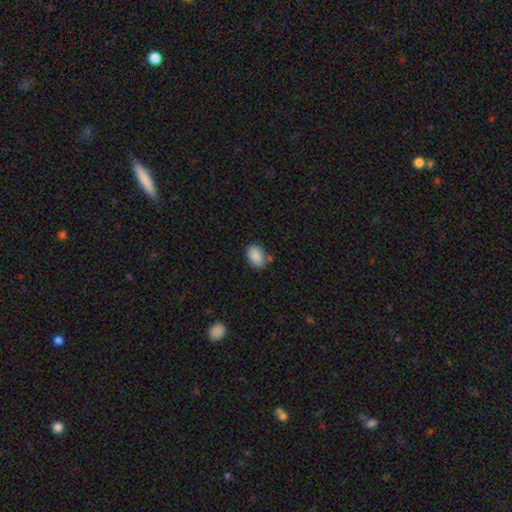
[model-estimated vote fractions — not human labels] smooth 87%, star or artifact 7%, featured or disk 6%. Down the decision tree: how rounded — in between (86%); merging — none (73%).